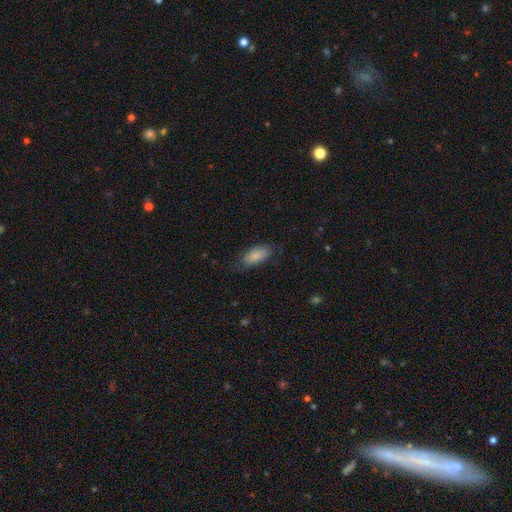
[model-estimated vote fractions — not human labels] Smooth or featured? Predicted: smooth (p=0.83). How rounded? Predicted: in between (p=0.87). Merging? Predicted: none (p=0.70).